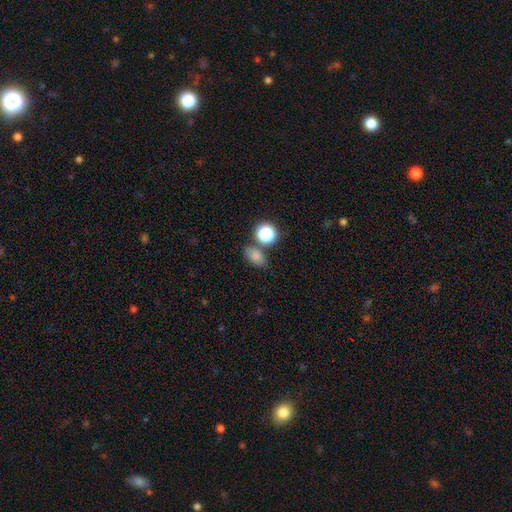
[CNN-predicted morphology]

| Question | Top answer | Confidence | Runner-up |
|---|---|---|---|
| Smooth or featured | smooth | 77% | star or artifact (15%) |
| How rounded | in between | 72% | round (26%) |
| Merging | none | 69% | merger (14%) |